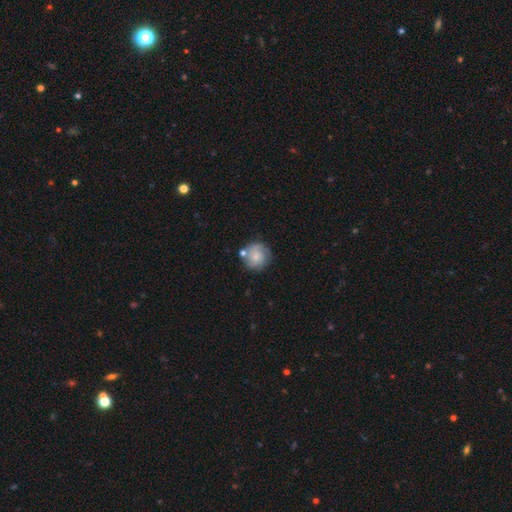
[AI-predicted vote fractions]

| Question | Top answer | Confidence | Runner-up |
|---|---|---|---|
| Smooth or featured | smooth | 55% | featured or disk (37%) |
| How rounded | round | 88% | in between (11%) |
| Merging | none | 66% | minor disturbance (17%) |